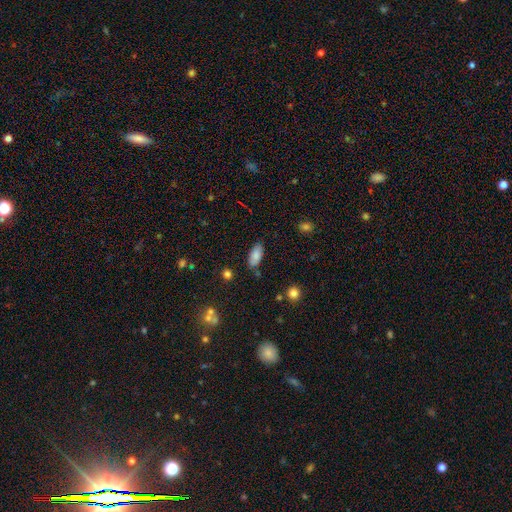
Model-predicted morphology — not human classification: type=smooth (80%); roundness=in between (88%); merging=none (75%).